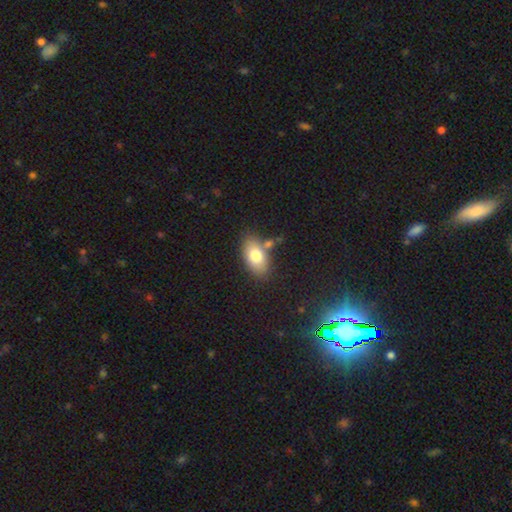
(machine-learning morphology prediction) This appears to be a smooth galaxy with no disk features (76%) that is in between round and cigar-shaped (90%). Merging: none (69%).